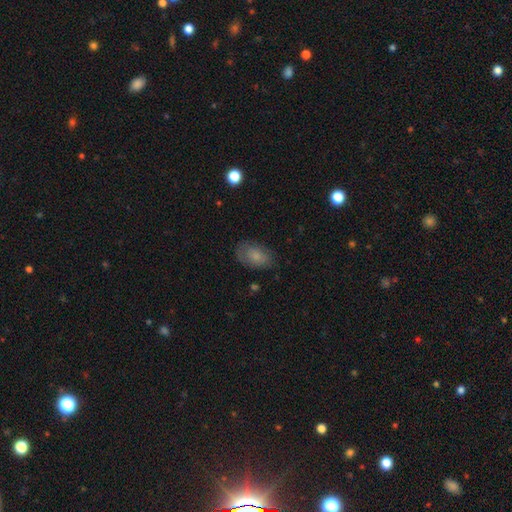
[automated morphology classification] The model was most divided on "merging": none: 71%, minor disturbance: 21%, major disturbance: 6%, merger: 1%. More confident: how rounded — in between (87%); smooth or featured — smooth (74%).